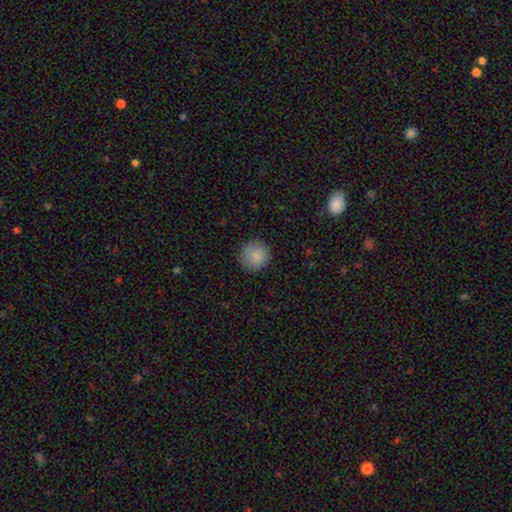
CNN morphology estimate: type=smooth (87%); roundness=round (94%); merging=none (88%).